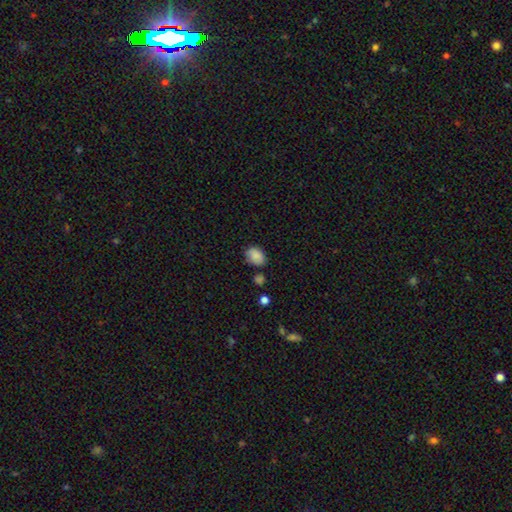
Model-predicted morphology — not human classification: A smooth galaxy with no disk features (86%) that is in between round and cigar-shaped (75%). Merging: none (71%).